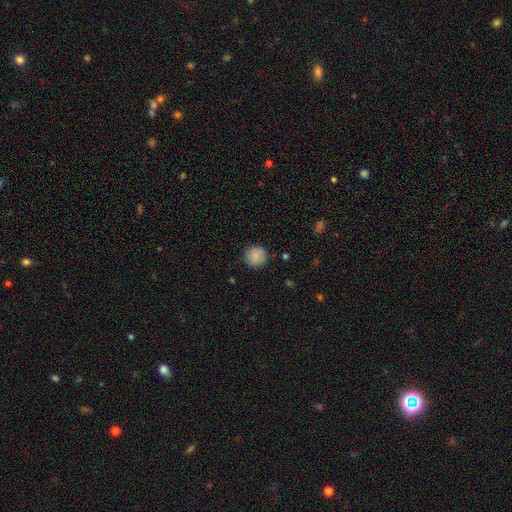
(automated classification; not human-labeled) smooth 88%, star or artifact 8%, featured or disk 4%. Down the decision tree: how rounded — round (94%); merging — none (89%).